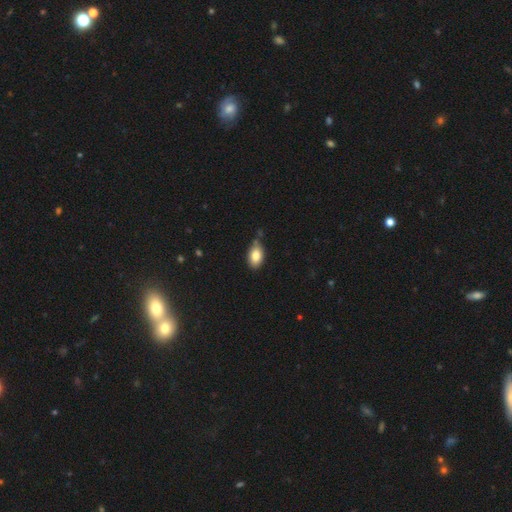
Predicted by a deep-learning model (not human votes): A smooth galaxy with no disk features (82%) that is in between round and cigar-shaped (89%).

Vote fractions:
- Smooth or featured? smooth: 82% / featured or disk: 10% / star or artifact: 8%
- How rounded? in between: 89% / round: 8% / cigar-shaped: 2%
- Merging? none: 66% / minor disturbance: 24% / merger: 6% / major disturbance: 4%